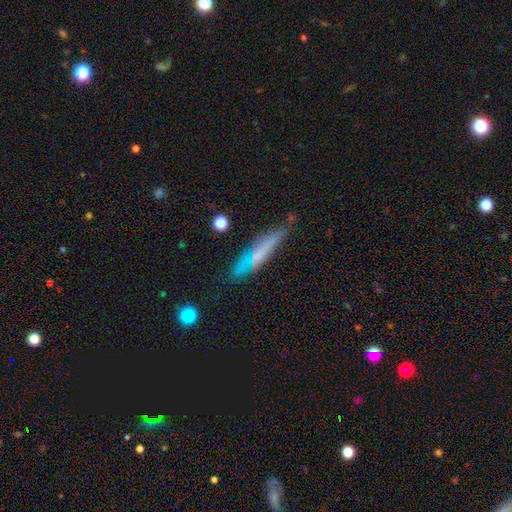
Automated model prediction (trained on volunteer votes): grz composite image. It shows a smooth galaxy with no disk features (48%). Merging: none (70%).